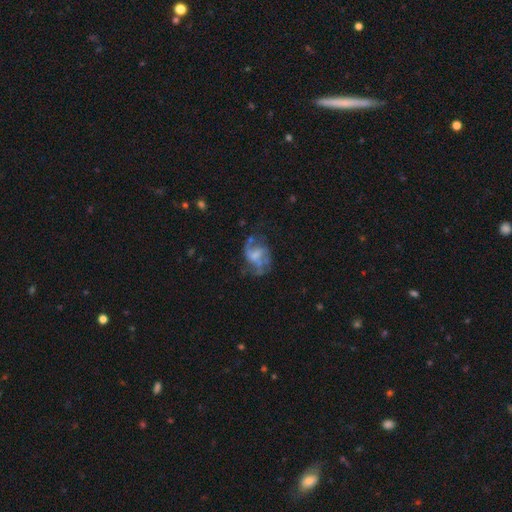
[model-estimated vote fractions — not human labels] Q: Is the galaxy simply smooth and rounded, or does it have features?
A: featured or disk — 70%.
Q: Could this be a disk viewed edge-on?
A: no — 98%.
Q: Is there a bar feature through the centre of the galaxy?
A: no — 45%.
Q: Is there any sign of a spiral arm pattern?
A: yes — 74%.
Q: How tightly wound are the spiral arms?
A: loose — 51%.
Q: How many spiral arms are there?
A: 2 — 61%.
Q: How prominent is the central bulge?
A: none — 32%.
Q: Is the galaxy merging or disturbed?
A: none — 41%.